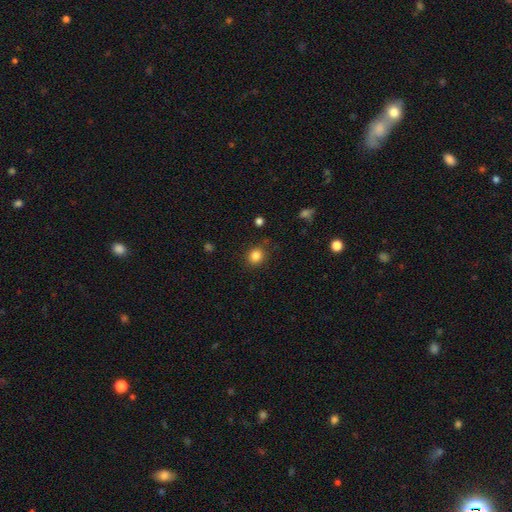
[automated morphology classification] smooth_or_featured: smooth (p=0.84) [alt: star or artifact p=0.11]
how_rounded: round (p=0.77) [alt: in between p=0.23]
merging: none (p=0.84) [alt: minor disturbance p=0.11]